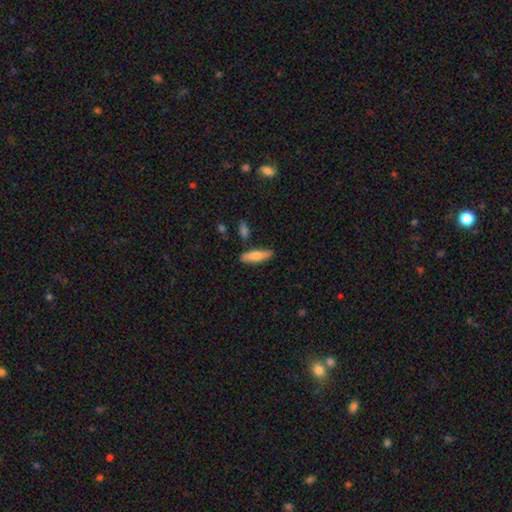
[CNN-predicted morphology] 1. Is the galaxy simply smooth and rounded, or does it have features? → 74% smooth, 20% featured or disk, 6% star or artifact.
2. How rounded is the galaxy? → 59% cigar-shaped, 39% in between, 2% round.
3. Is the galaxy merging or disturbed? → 81% none, 13% minor disturbance, 4% merger, 3% major disturbance.